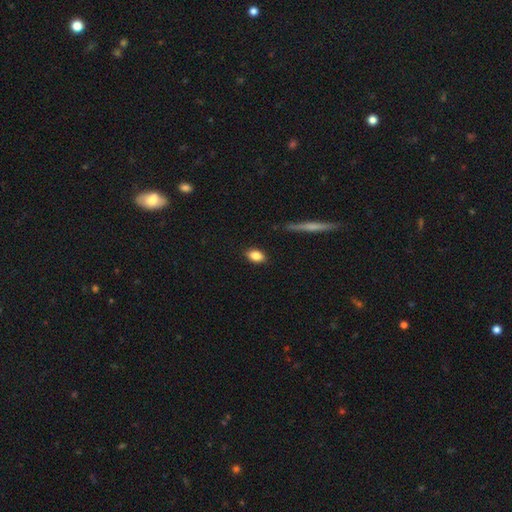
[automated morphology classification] A smooth galaxy with no disk features (82%) that is in between round and cigar-shaped (83%).

Vote fractions:
- Smooth or featured? smooth: 82% / featured or disk: 10% / star or artifact: 8%
- How rounded? in between: 83% / round: 13% / cigar-shaped: 4%
- Merging? none: 87% / minor disturbance: 10% / major disturbance: 2% / merger: 1%